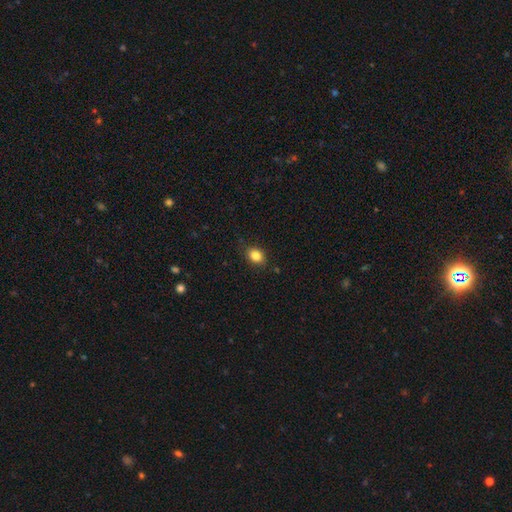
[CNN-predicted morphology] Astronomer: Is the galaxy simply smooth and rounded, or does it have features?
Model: smooth — 85%.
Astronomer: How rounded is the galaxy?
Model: in between — 66%.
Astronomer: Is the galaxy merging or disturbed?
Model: none — 85%.